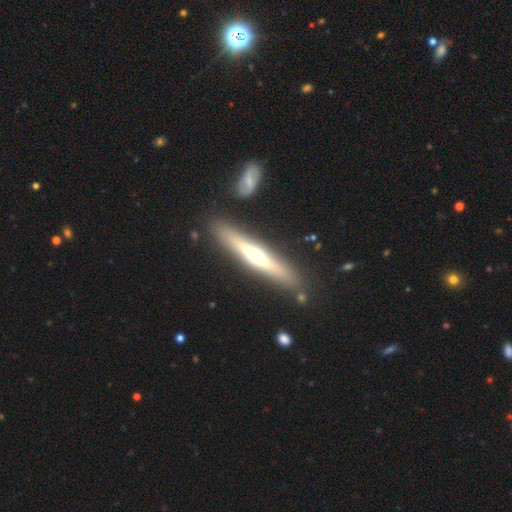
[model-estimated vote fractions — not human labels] This is possibly a featured or disk galaxy (60%). It is clearly viewed edge-on (91%). Edge-on bulge: clearly rounded (85%). Merging: clearly none (84%).